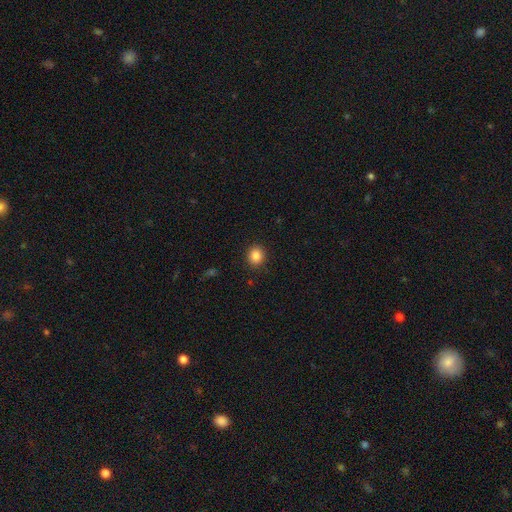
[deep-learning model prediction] The model was most divided on "how rounded": round: 77%, in between: 22%, cigar-shaped: 1%. More confident: merging — none (90%); smooth or featured — smooth (86%).